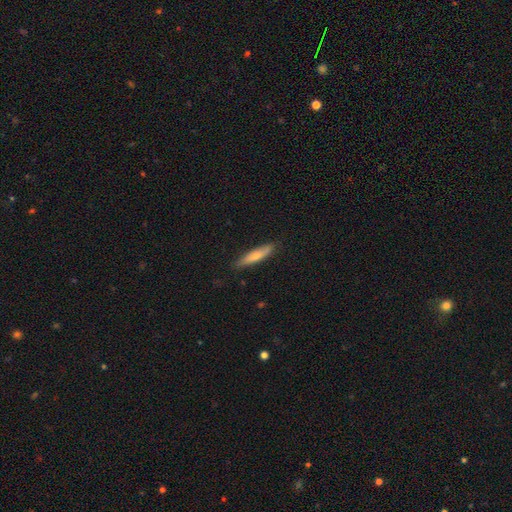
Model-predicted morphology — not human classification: Smooth or featured? smooth (69%)
How rounded? cigar-shaped (84%)
Merging? none (84%)